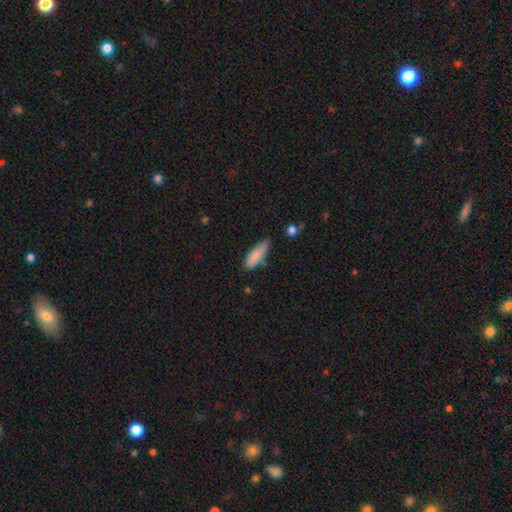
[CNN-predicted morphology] Smooth or featured: smooth — 85% (featured or disk — 8%)
How rounded: in between — 50% (cigar-shaped — 48%)
Merging: none — 66% (minor disturbance — 26%)